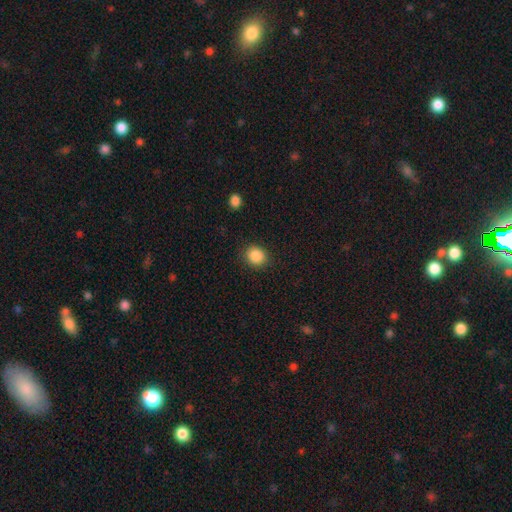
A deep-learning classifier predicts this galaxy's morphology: Smooth or featured? Predicted: smooth (p=0.88). How rounded? Predicted: round (p=0.81). Merging? Predicted: none (p=0.89).